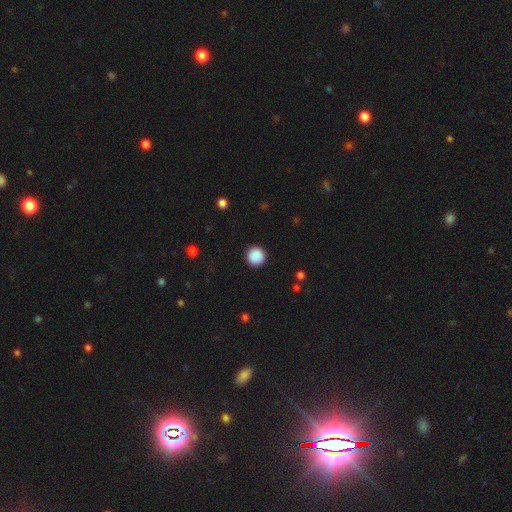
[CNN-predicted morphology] This is clearly a smooth galaxy (89%). How rounded: clearly round (96%). Merging: clearly none (92%).